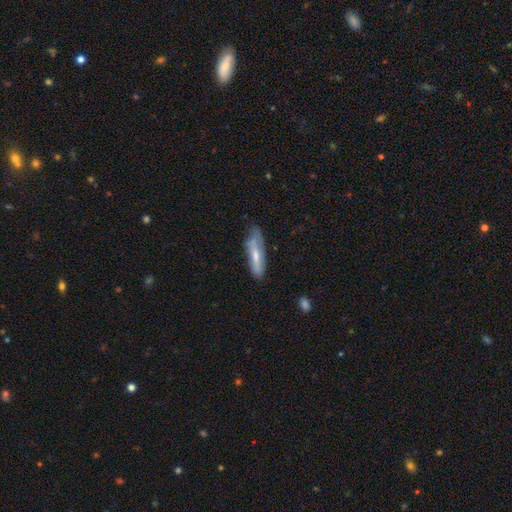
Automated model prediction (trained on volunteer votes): smooth 59%, featured or disk 34%, star or artifact 7%. Down the decision tree: how rounded — cigar-shaped (66%); merging — none (52%).